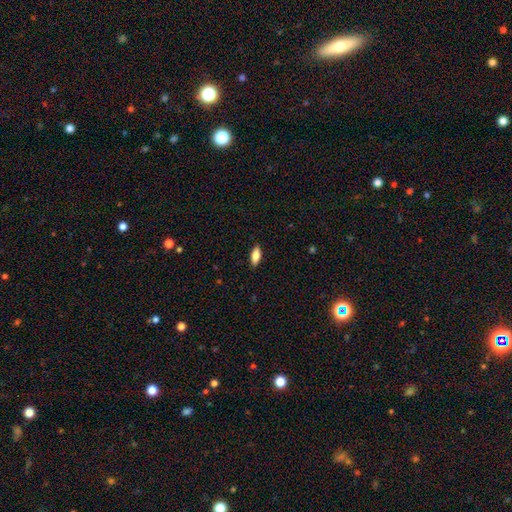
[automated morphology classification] Smooth or featured? Predicted: smooth (p=0.75). How rounded? Predicted: in between (p=0.74). Merging? Predicted: none (p=0.89).